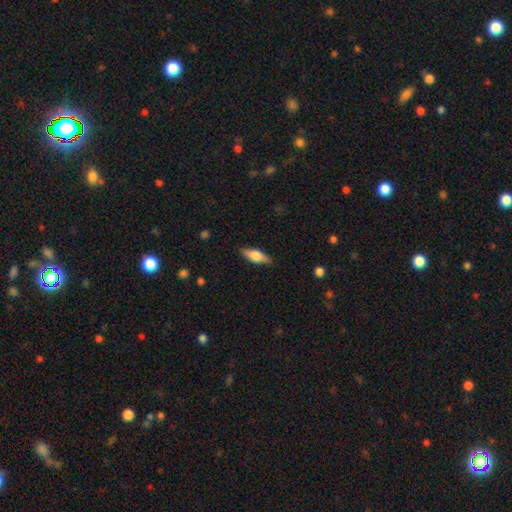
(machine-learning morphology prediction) type=smooth (61%); roundness=in between (63%); merging=none (86%).